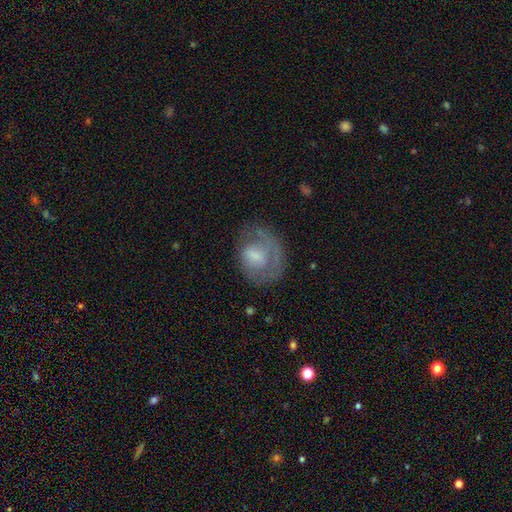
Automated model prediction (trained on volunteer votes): A featured or disk galaxy (50%).

Vote fractions:
- Smooth or featured? featured or disk: 50% / smooth: 41% / star or artifact: 8%
- Edge-on disk? no: 96% / yes: 4%
- Merging? none: 54% / minor disturbance: 23% / major disturbance: 21% / merger: 2%